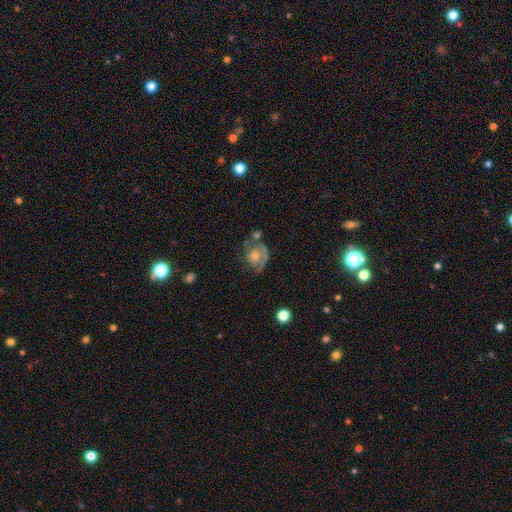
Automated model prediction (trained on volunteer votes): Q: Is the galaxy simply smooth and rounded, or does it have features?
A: featured or disk — 57%.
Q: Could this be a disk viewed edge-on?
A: no — 97%.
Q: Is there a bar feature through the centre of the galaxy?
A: no — 82%.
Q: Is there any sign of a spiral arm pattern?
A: yes — 66%.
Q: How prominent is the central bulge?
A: moderate — 45%.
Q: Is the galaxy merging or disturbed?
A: none — 39%.